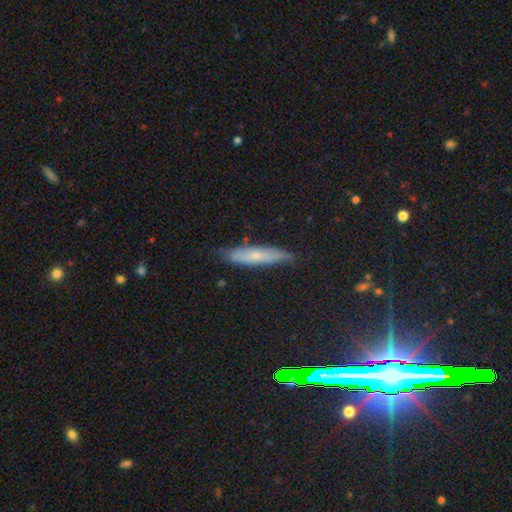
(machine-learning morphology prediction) smooth 49%, featured or disk 40%, star or artifact 12%. Down the decision tree: merging — none (77%).